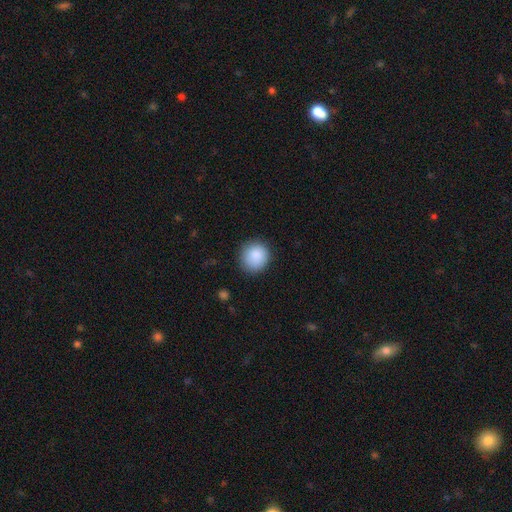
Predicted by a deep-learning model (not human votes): The model was most divided on "merging": none: 88%, minor disturbance: 9%, major disturbance: 2%, merger: 1%. More confident: how rounded — round (90%); smooth or featured — smooth (89%).